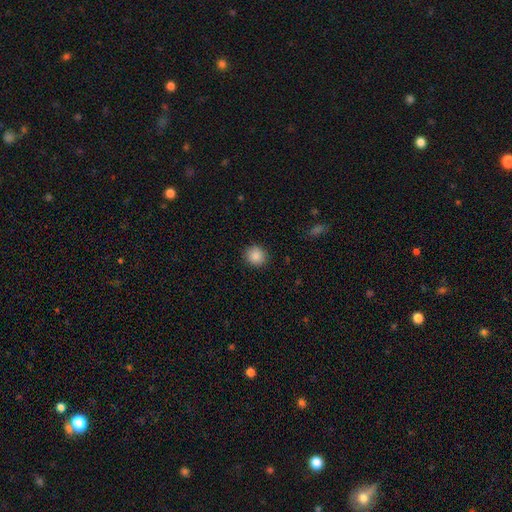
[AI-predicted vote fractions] Morphology: type=smooth (88%); roundness=round (87%); merging=none (90%).